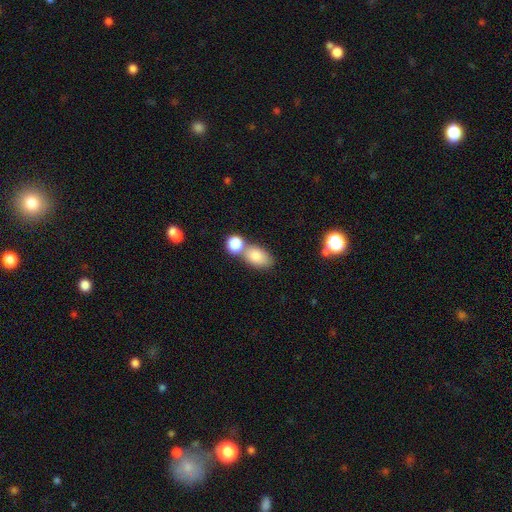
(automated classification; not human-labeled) Smooth or featured? Predicted: smooth (p=0.81). How rounded? Predicted: in between (p=0.85). Merging? Predicted: none (p=0.44).